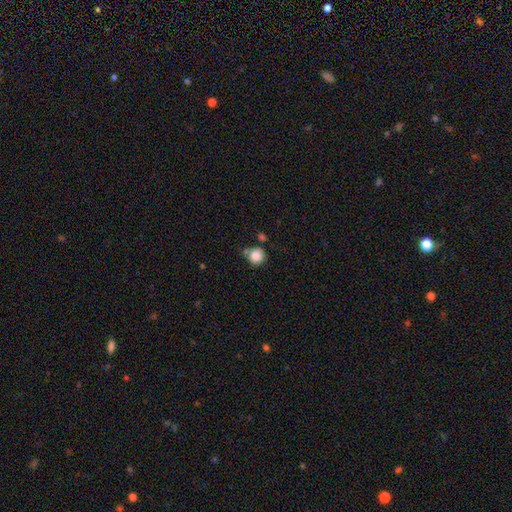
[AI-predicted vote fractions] Smooth or featured?
  - smooth: 86% *
  - star or artifact: 10%
  - featured or disk: 4%
How rounded?
  - round: 91% *
  - in between: 8%
  - cigar-shaped: 1%
Merging?
  - none: 66% *
  - minor disturbance: 16%
  - merger: 13%
  - major disturbance: 5%